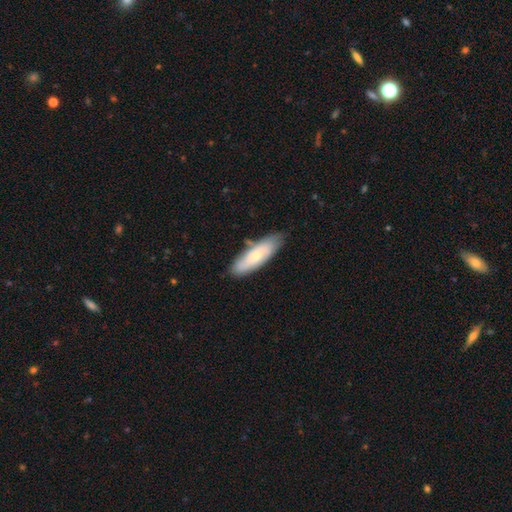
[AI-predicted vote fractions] Smooth or featured?
  - smooth: 62% *
  - featured or disk: 32%
  - star or artifact: 6%
How rounded?
  - in between: 53% *
  - cigar-shaped: 45%
  - round: 2%
Merging?
  - none: 75% *
  - minor disturbance: 19%
  - merger: 4%
  - major disturbance: 3%